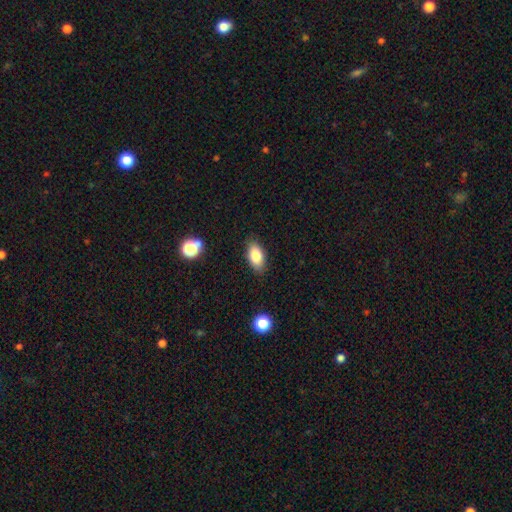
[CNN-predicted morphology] Smooth or featured?
  - smooth: 82% *
  - featured or disk: 10%
  - star or artifact: 8%
How rounded?
  - in between: 90% *
  - cigar-shaped: 6%
  - round: 5%
Merging?
  - none: 86% *
  - minor disturbance: 10%
  - major disturbance: 2%
  - merger: 1%